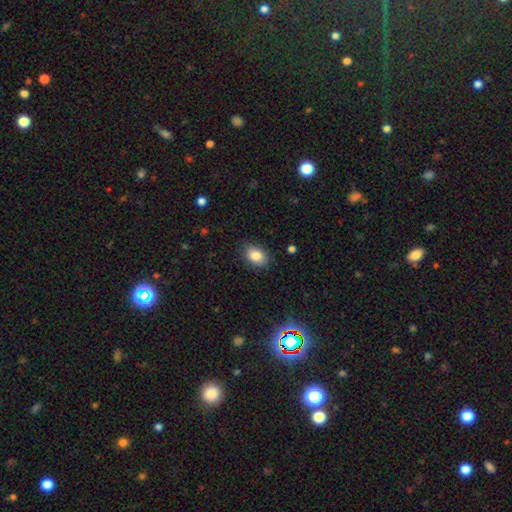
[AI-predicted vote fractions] This is clearly a smooth galaxy (84%). How rounded: likely in between (77%). Merging: clearly none (84%).